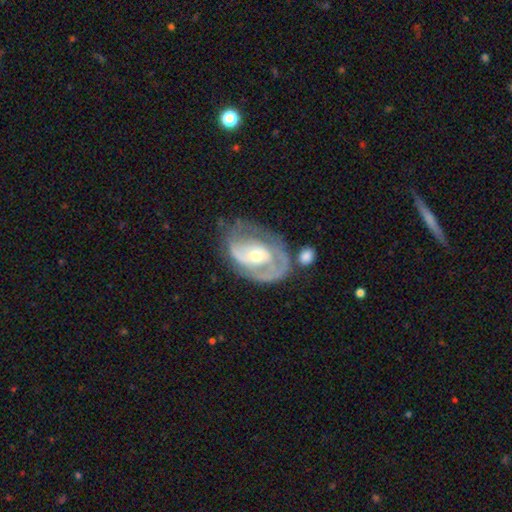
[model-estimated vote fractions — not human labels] Morphology: type=featured or disk (81%); edge-on=no (96%); bar=no (55%); spiral arms=yes (86%); winding=tight (45%); arm count=2 (53%); bulge=moderate (52%); merging=none (48%).